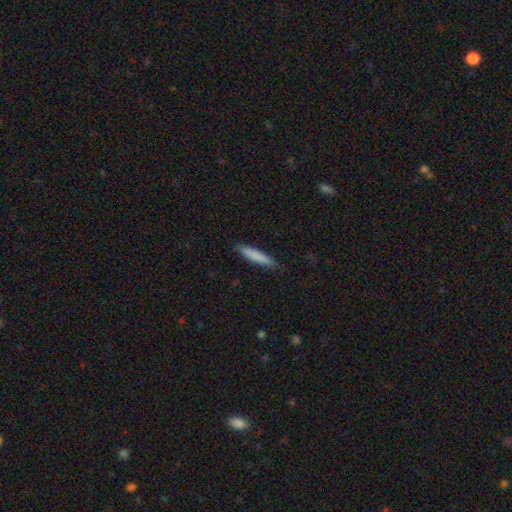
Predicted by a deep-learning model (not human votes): A smooth galaxy with no disk features (83%) that is cigar-shaped (89%).

Vote fractions:
- Smooth or featured? smooth: 83% / featured or disk: 11% / star or artifact: 6%
- How rounded? cigar-shaped: 89% / in between: 10% / round: 1%
- Merging? none: 88% / minor disturbance: 10% / major disturbance: 2% / merger: 1%